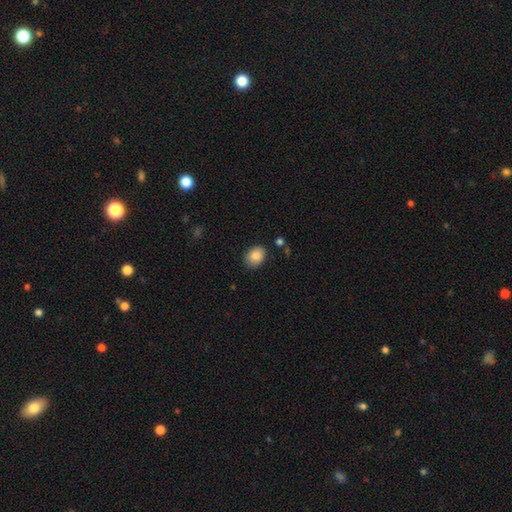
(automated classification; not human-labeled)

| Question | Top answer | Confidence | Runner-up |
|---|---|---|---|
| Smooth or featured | smooth | 86% | star or artifact (8%) |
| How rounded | in between | 68% | round (31%) |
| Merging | none | 83% | minor disturbance (12%) |